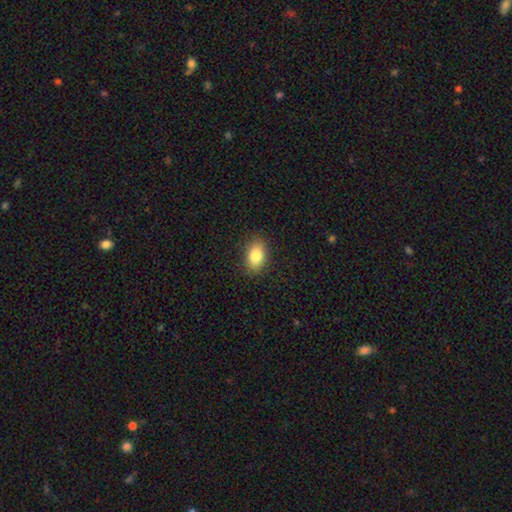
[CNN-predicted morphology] smooth_or_featured: smooth (p=0.83) [alt: featured or disk p=0.09]
how_rounded: in between (p=0.86) [alt: round p=0.12]
merging: none (p=0.87) [alt: minor disturbance p=0.09]